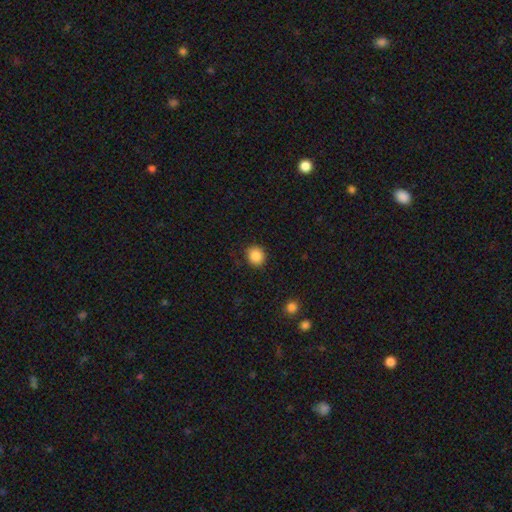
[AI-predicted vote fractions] Smooth or featured? smooth (87%)
How rounded? round (85%)
Merging? none (89%)